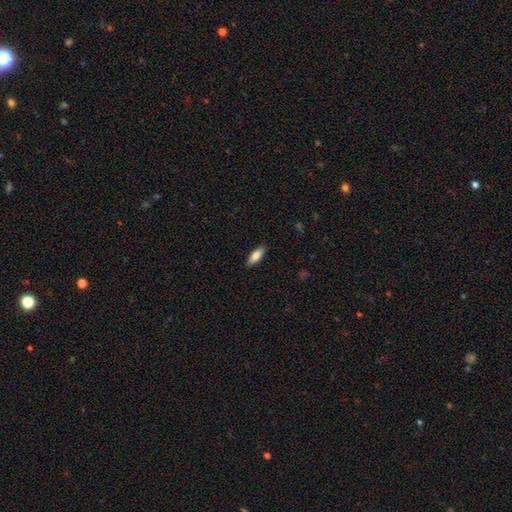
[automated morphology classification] This is likely a smooth galaxy (80%). How rounded: likely in between (69%). Merging: clearly none (89%).